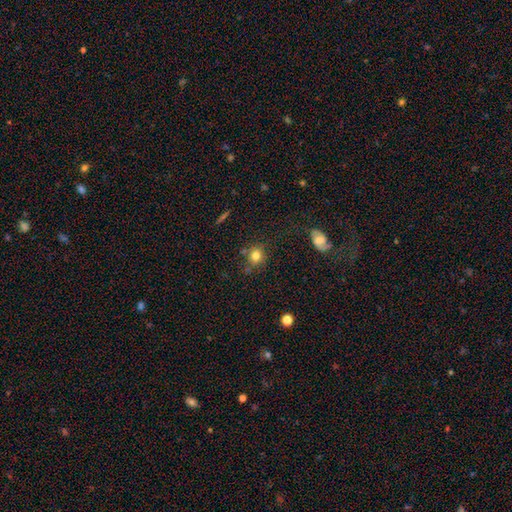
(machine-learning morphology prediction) This is likely a smooth galaxy (79%). How rounded: likely round (70%). Merging: likely none (70%).